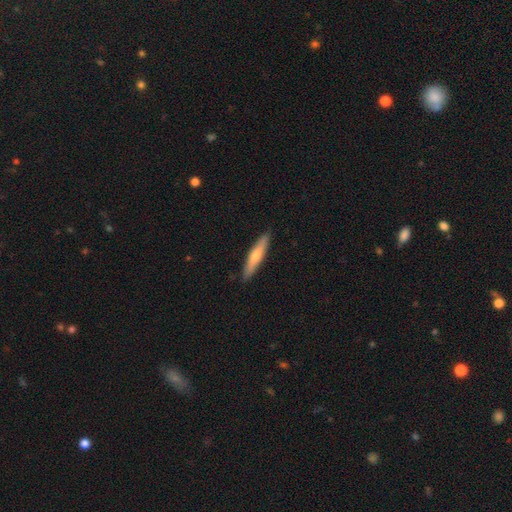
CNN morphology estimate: Overall: smooth (61%; featured or disk 34%). How rounded: cigar-shaped (88%). Merging: none (89%).